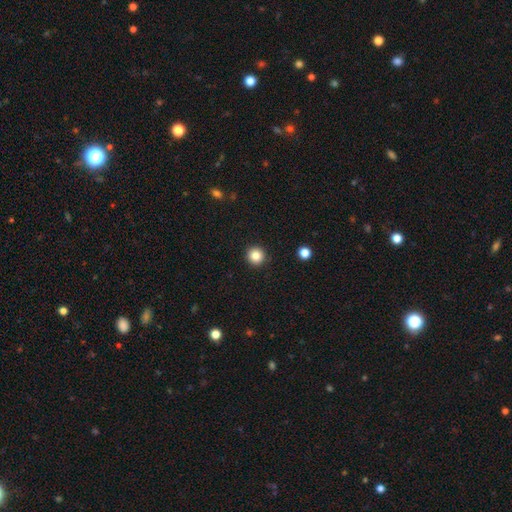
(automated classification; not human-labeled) Smooth or featured? smooth (84%)
How rounded? round (96%)
Merging? none (93%)